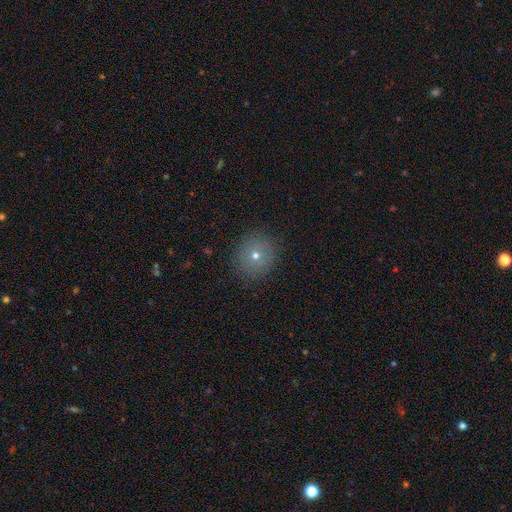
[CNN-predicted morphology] Q: Smooth or featured?
A: smooth (68%); runner-up: star or artifact (16%)
Q: How rounded?
A: round (88%); runner-up: in between (11%)
Q: Merging?
A: none (88%); runner-up: minor disturbance (8%)